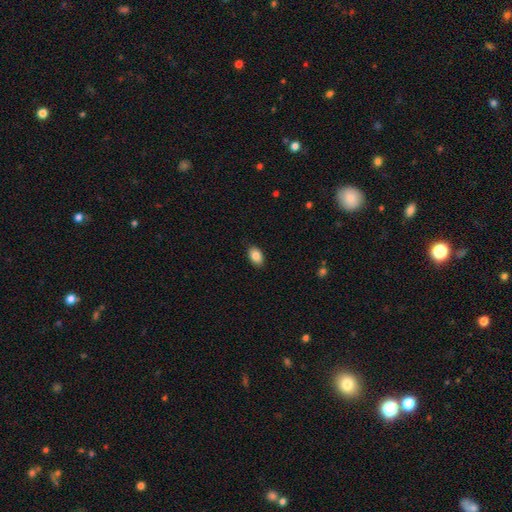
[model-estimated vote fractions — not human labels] Q: Smooth or featured?
A: smooth (86%); runner-up: star or artifact (8%)
Q: How rounded?
A: in between (89%); runner-up: round (10%)
Q: Merging?
A: none (87%); runner-up: minor disturbance (10%)